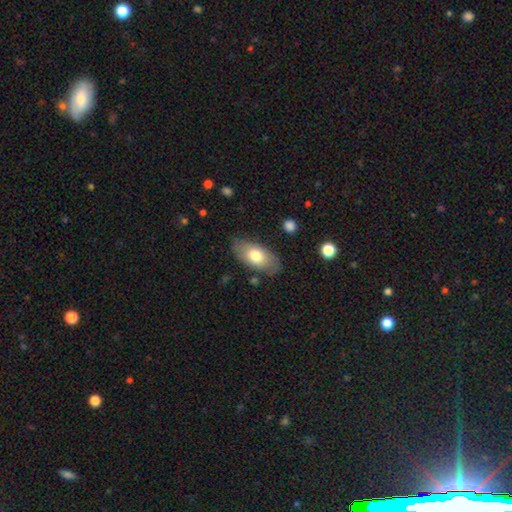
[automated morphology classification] This is likely a smooth galaxy (71%). How rounded: clearly in between (92%). Merging: likely none (78%).